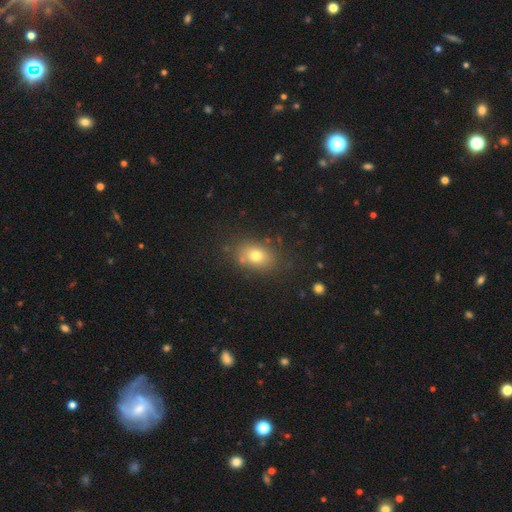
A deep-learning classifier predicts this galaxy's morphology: smooth-or-featured: smooth: 75% | featured or disk: 13% | star or artifact: 12%
  how-rounded: in between: 72% | round: 26% | cigar-shaped: 2%
  merging: none: 77% | minor disturbance: 13% | merger: 5% | major disturbance: 4%